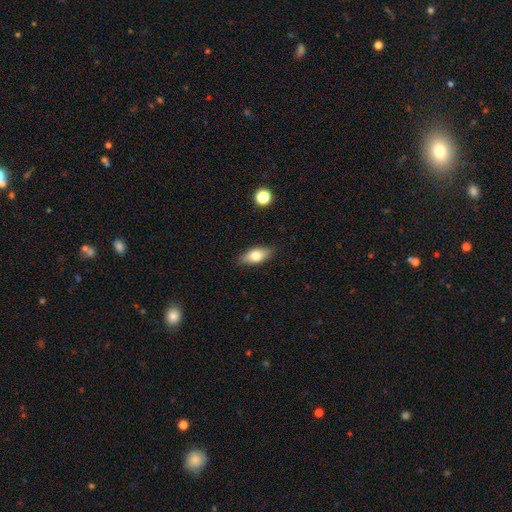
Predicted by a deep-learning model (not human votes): Q: Smooth or featured?
A: smooth (72%); runner-up: featured or disk (20%)
Q: How rounded?
A: in between (83%); runner-up: cigar-shaped (12%)
Q: Merging?
A: none (86%); runner-up: minor disturbance (11%)